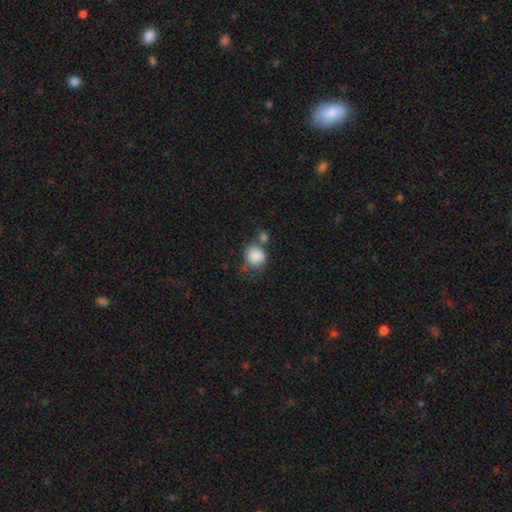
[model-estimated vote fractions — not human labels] This is clearly a smooth galaxy (85%). How rounded: likely round (78%). Merging: marginally none (44%).